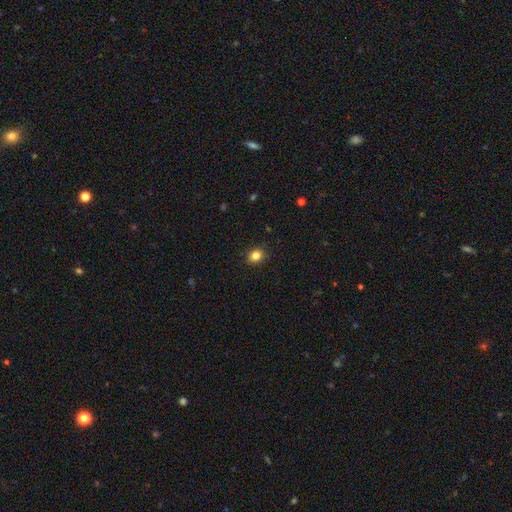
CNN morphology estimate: This is clearly a smooth galaxy (83%). How rounded: likely round (62%). Merging: clearly none (90%).